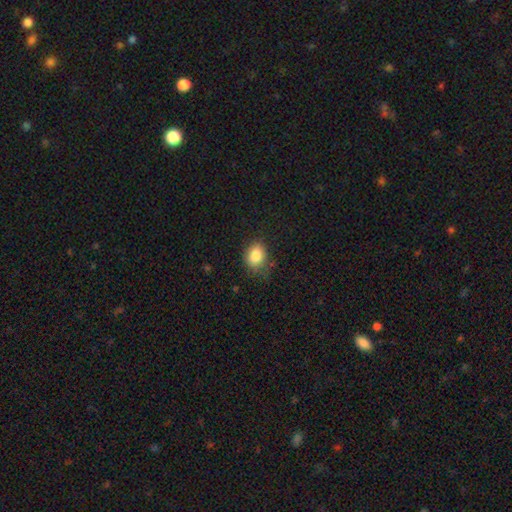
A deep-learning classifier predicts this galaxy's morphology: This is clearly a smooth galaxy (83%). How rounded: possibly round (50%). Merging: likely none (67%).